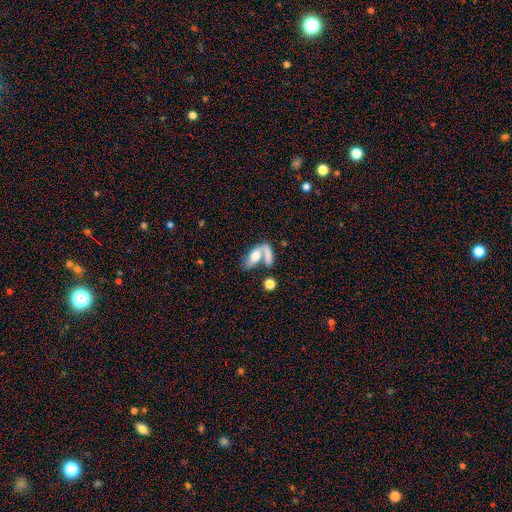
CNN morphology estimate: This is possibly a smooth galaxy (59%). How rounded: likely in between (78%). Merging: possibly merger (49%).